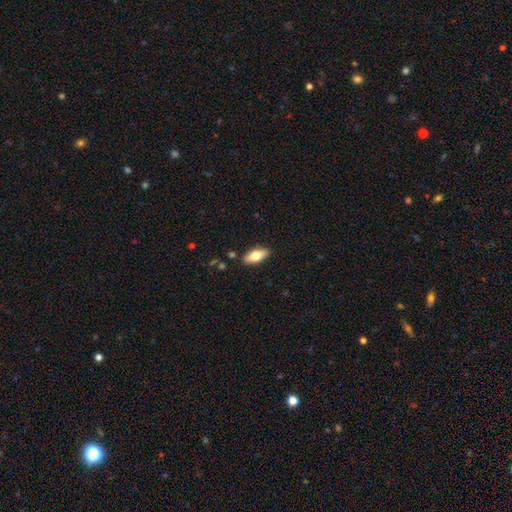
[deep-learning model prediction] smooth 72%, featured or disk 22%, star or artifact 6%. Down the decision tree: how rounded — in between (83%); merging — none (88%).